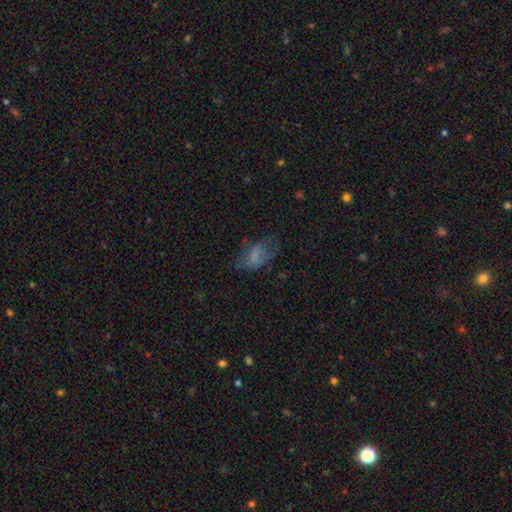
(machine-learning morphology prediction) Smooth or featured?
  - smooth: 58% *
  - featured or disk: 27%
  - star or artifact: 15%
How rounded?
  - in between: 89% *
  - round: 8%
  - cigar-shaped: 3%
Merging?
  - none: 40% *
  - major disturbance: 31%
  - minor disturbance: 27%
  - merger: 3%